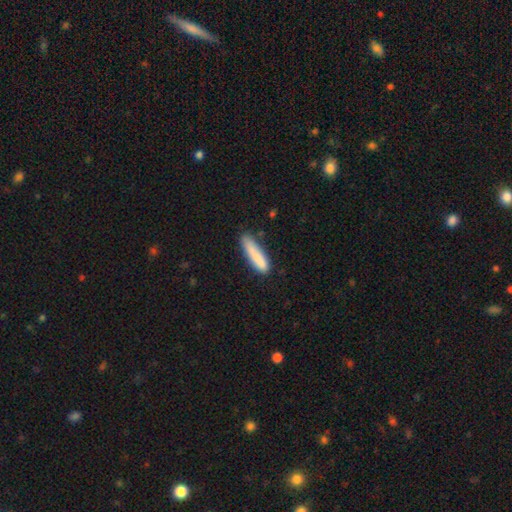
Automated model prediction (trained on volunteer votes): The model was most divided on "merging": none: 71%, minor disturbance: 21%, major disturbance: 4%, merger: 3%. More confident: smooth or featured — smooth (84%); how rounded — cigar-shaped (82%).